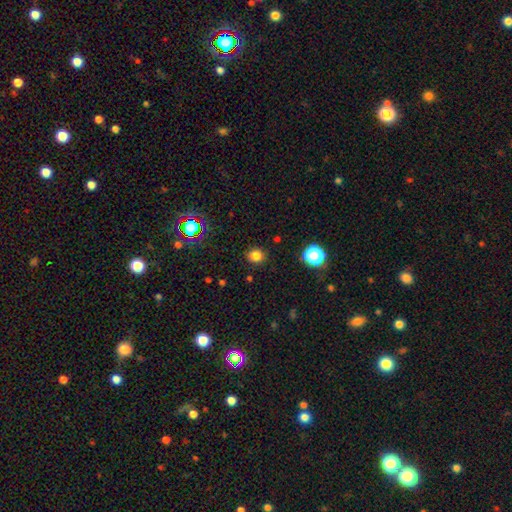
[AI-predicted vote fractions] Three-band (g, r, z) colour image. It shows a smooth galaxy with no disk features (79%) that is round (80%). Merging: none (89%).